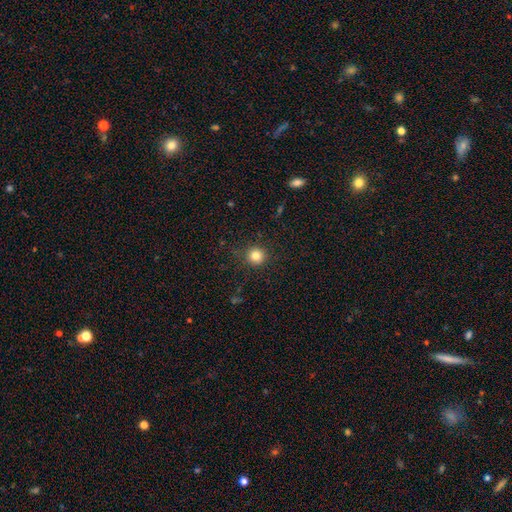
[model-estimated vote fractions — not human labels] smooth-or-featured: smooth: 82% | star or artifact: 12% | featured or disk: 6%
  how-rounded: round: 94% | in between: 5% | cigar-shaped: 1%
  merging: none: 88% | minor disturbance: 8% | major disturbance: 3% | merger: 1%